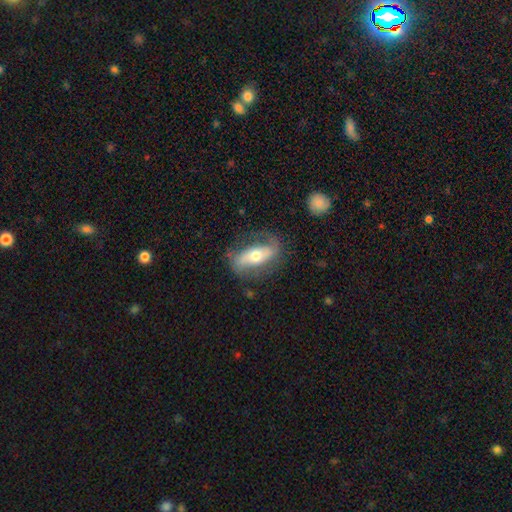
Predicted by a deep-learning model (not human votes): A featured or disk galaxy (63%) with no bar (40%), spiral arms (70%) and a moderate central bulge (63%).

Vote fractions:
- Smooth or featured? featured or disk: 63% / smooth: 31% / star or artifact: 6%
- Edge-on disk? no: 84% / yes: 16%
- Bar? no: 40% / strong: 38% / weak: 22%
- Spiral arms? yes: 70% / no: 30%
- Bulge size? moderate: 63% / small: 27% / large: 8% / dominant: 2% / none: 1%
- Merging? none: 70% / minor disturbance: 18% / major disturbance: 10% / merger: 2%